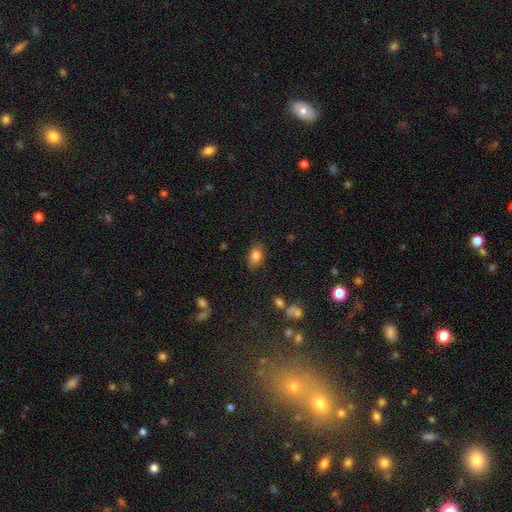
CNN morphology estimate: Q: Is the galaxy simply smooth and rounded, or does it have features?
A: smooth — 83%.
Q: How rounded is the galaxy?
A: in between — 86%.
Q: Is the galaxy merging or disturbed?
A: none — 82%.